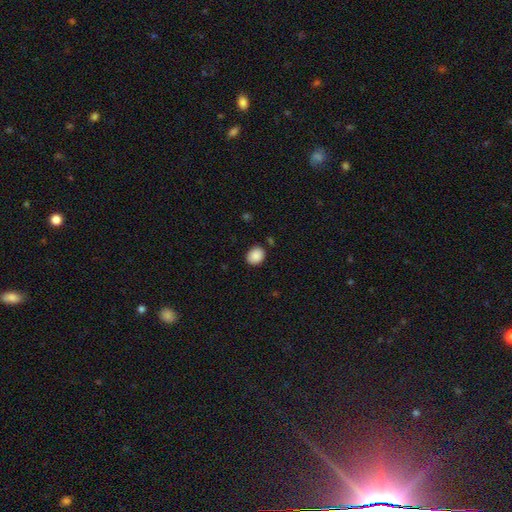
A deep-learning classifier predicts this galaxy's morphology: A smooth galaxy with no disk features (89%) that is round (61%).

Vote fractions:
- Smooth or featured? smooth: 89% / star or artifact: 8% / featured or disk: 3%
- How rounded? round: 61% / in between: 38% / cigar-shaped: 1%
- Merging? none: 86% / minor disturbance: 10% / major disturbance: 3% / merger: 2%